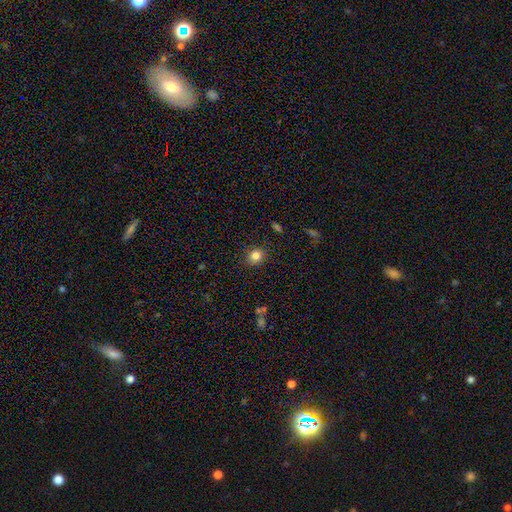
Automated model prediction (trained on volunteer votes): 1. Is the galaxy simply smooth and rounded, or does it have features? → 82% smooth, 12% star or artifact, 6% featured or disk.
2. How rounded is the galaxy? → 77% round, 22% in between, 1% cigar-shaped.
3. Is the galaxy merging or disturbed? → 88% none, 8% minor disturbance, 2% major disturbance, 1% merger.